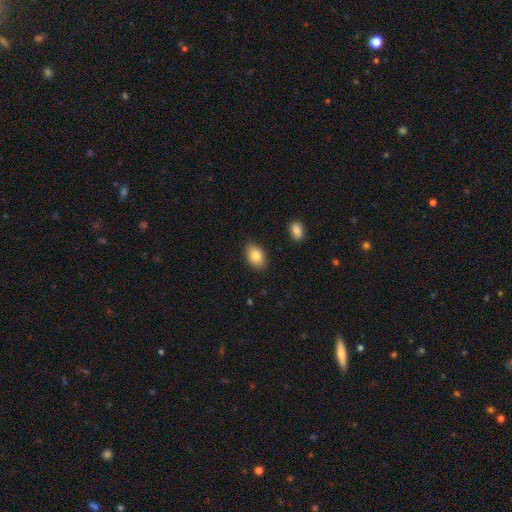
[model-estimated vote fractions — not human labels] The model was most divided on "smooth or featured": smooth: 83%, featured or disk: 9%, star or artifact: 8%. More confident: how rounded — in between (89%); merging — none (85%).